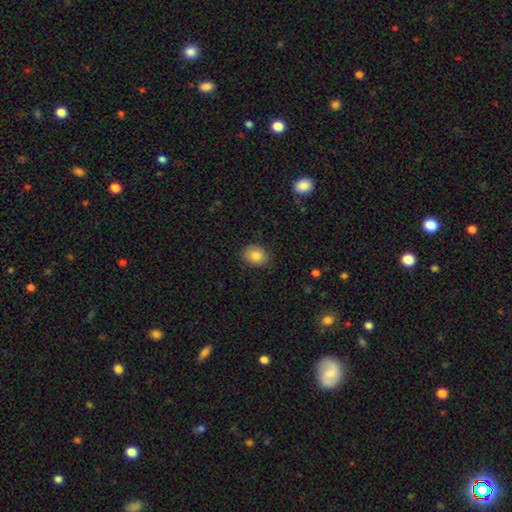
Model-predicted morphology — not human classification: A smooth galaxy with no disk features (85%) that is in between round and cigar-shaped (61%). Merging: none (87%).